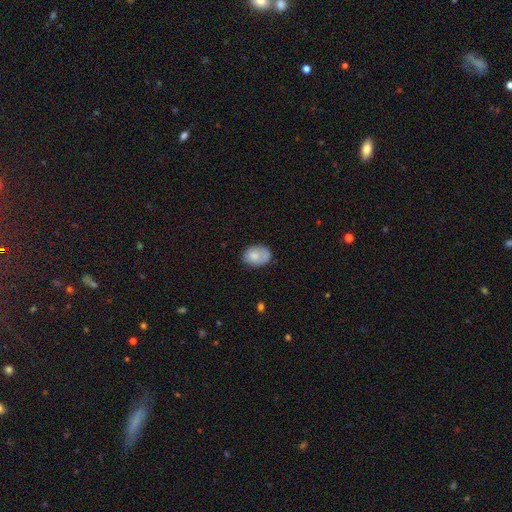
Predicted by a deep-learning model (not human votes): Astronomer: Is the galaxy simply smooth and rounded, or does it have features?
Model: smooth — 78%.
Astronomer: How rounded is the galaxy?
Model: in between — 71%.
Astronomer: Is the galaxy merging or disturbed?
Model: none — 60%.